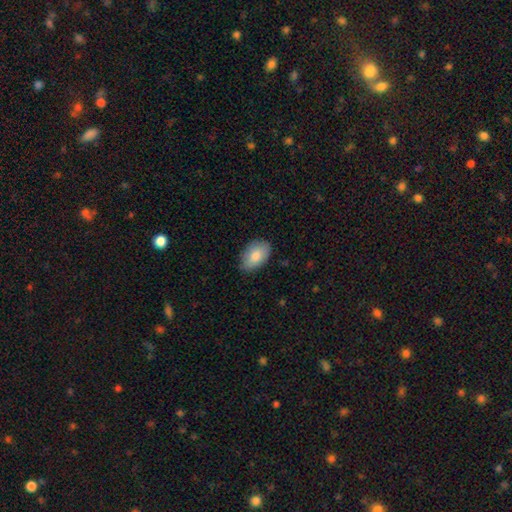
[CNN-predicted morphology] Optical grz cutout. It shows a smooth galaxy with no disk features (82%) that is in between round and cigar-shaped (92%). Merging: none (81%).